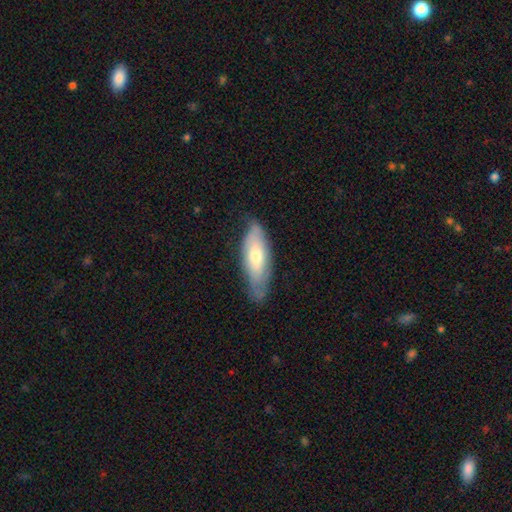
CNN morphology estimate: The model was most divided on "smooth or featured": smooth: 57%, featured or disk: 37%, star or artifact: 6%. More confident: how rounded — in between (64%); merging — none (60%).